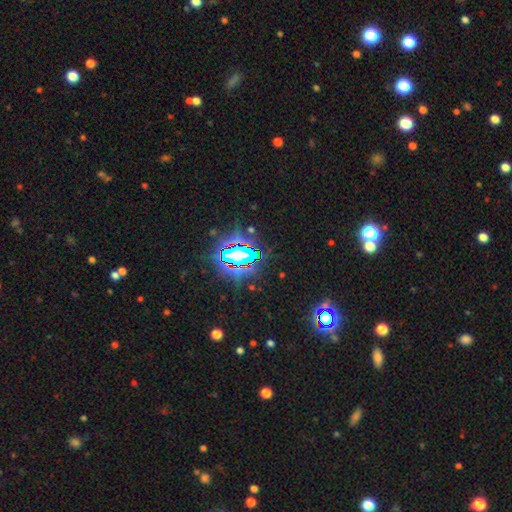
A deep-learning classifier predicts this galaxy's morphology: Overall: star or artifact (82%).